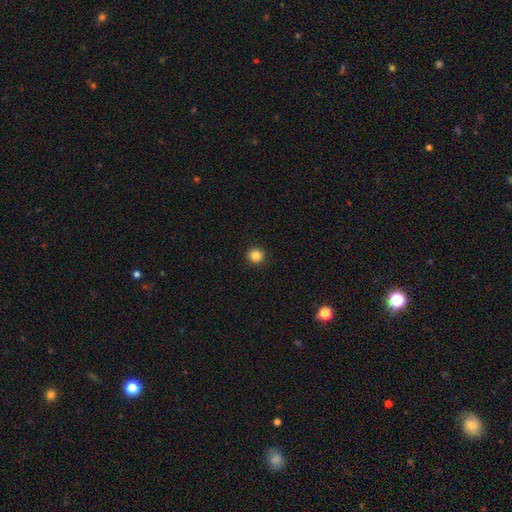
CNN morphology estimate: This is clearly a smooth galaxy (85%). How rounded: clearly round (94%). Merging: clearly none (93%).